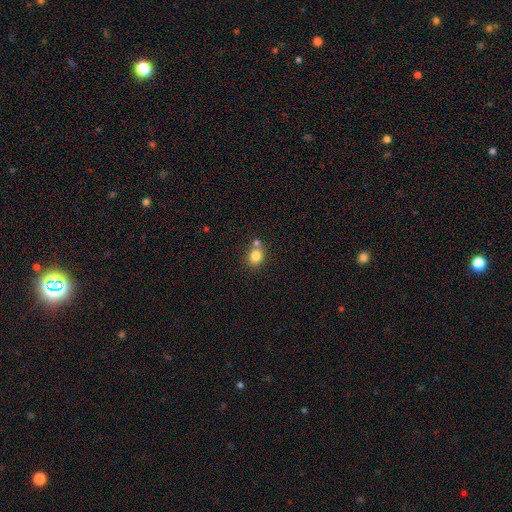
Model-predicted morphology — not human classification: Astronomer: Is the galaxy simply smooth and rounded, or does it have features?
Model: smooth — 81%.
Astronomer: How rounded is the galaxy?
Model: round — 72%.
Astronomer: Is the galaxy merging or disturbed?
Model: none — 56%.